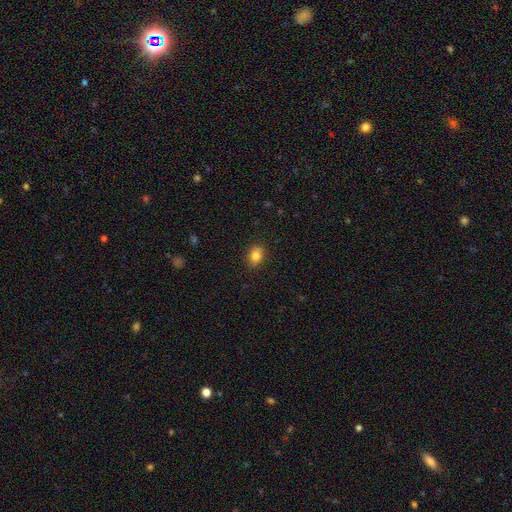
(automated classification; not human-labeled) smooth 84%, star or artifact 10%, featured or disk 7%. Down the decision tree: how rounded — in between (63%); merging — none (88%).